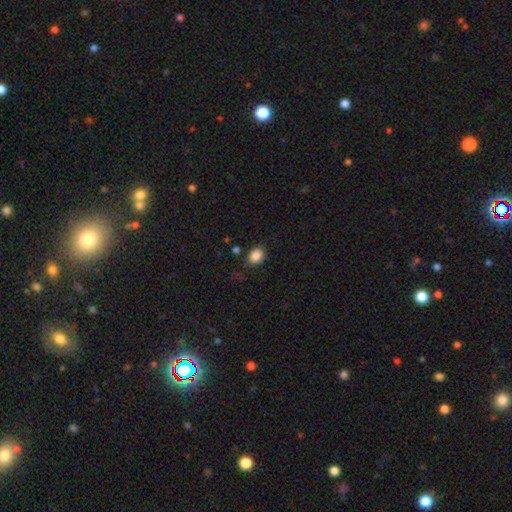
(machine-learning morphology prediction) Smooth or featured? smooth (87%)
How rounded? in between (56%)
Merging? none (78%)